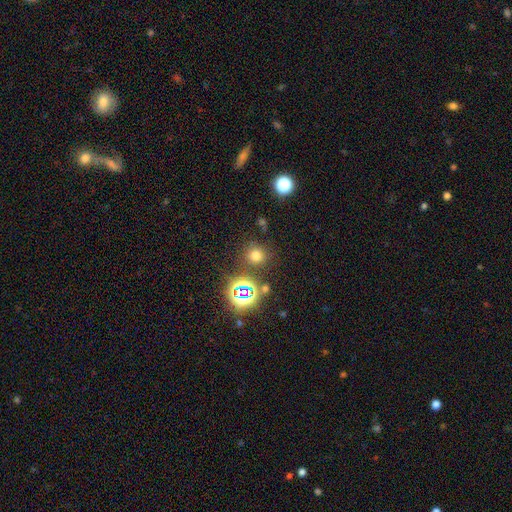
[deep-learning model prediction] Overall: smooth (64%; star or artifact 29%). How rounded: round (89%). Merging: none (82%).